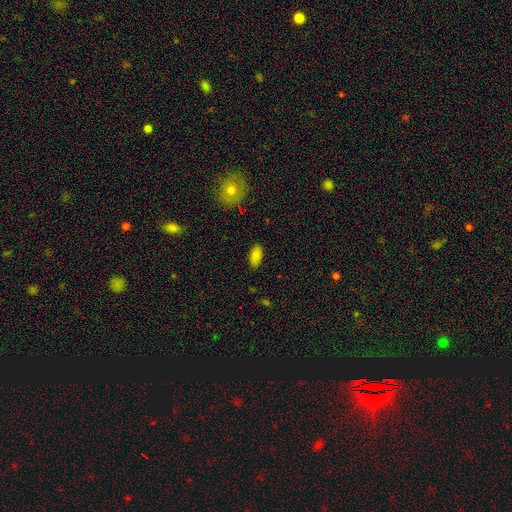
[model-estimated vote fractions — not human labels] Morphology: type=smooth (86%); roundness=in between (92%); merging=none (87%).